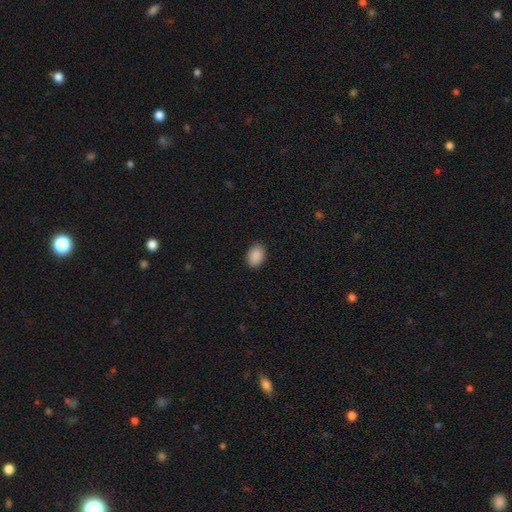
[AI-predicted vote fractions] The model was most divided on "how rounded": in between: 82%, round: 17%, cigar-shaped: 1%. More confident: smooth or featured — smooth (90%); merging — none (88%).